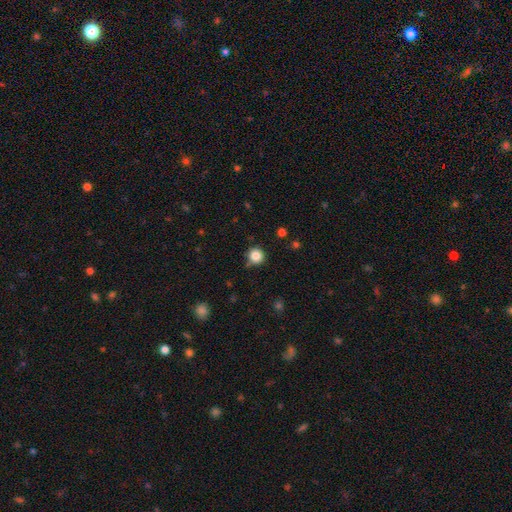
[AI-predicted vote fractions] This is clearly a smooth galaxy (84%). How rounded: clearly round (94%). Merging: clearly none (82%).